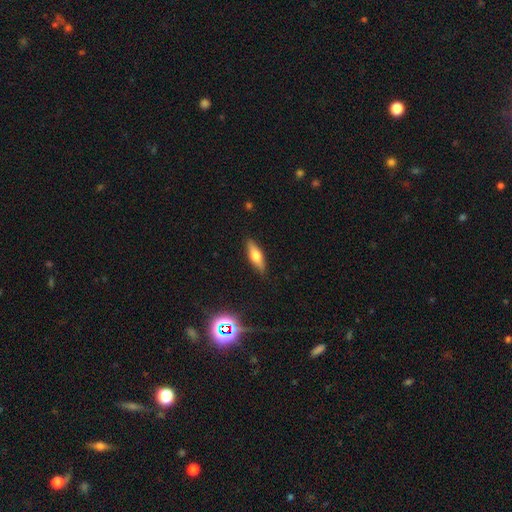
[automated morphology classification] Smooth or featured? smooth (55%)
How rounded? cigar-shaped (51%)
Merging? none (87%)